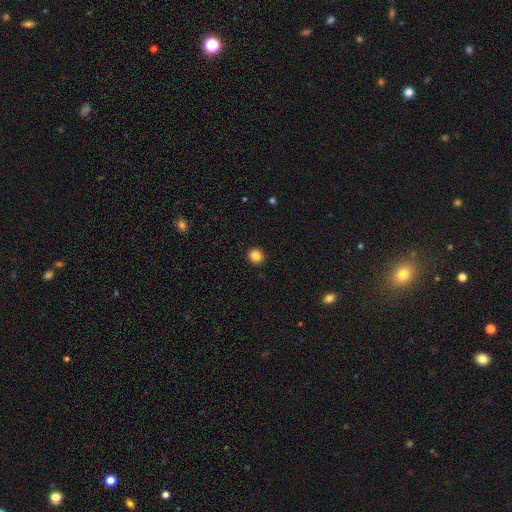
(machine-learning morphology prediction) Smooth or featured? Predicted: smooth (p=0.85). How rounded? Predicted: round (p=0.92). Merging? Predicted: none (p=0.93).